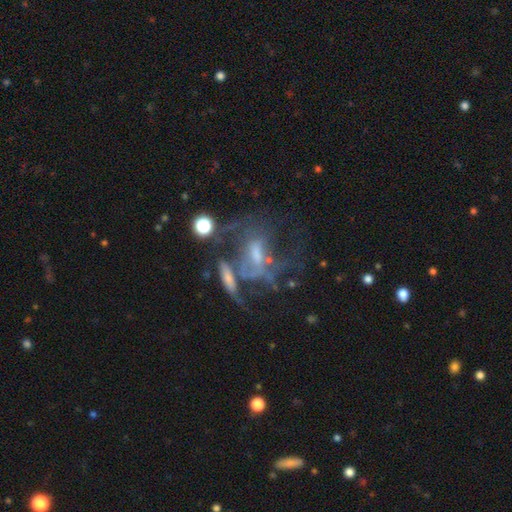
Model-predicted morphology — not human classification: This is likely a featured or disk galaxy (64%). It is clearly not viewed edge-on (91%). Bar: possibly no (49%). Spiral arm pattern: possibly no (52%). Central bulge: marginally small (36%). Merging: marginally major disturbance (33%).